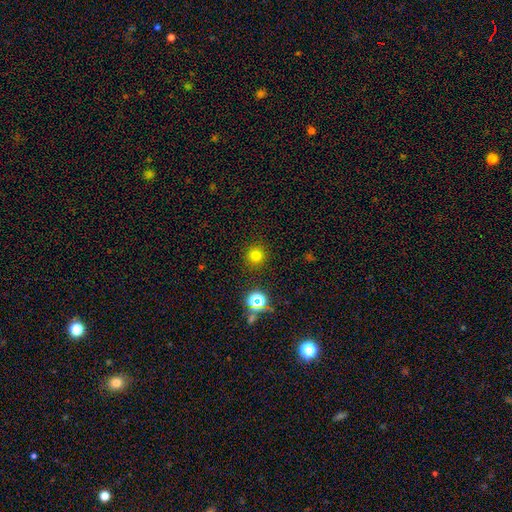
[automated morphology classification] Smooth or featured?
  - smooth: 74% *
  - star or artifact: 20%
  - featured or disk: 6%
How rounded?
  - round: 95% *
  - in between: 4%
  - cigar-shaped: 1%
Merging?
  - none: 90% *
  - minor disturbance: 6%
  - major disturbance: 2%
  - merger: 1%